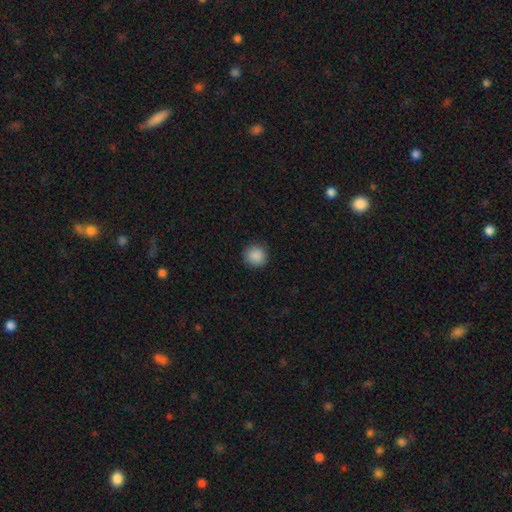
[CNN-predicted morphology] smooth_or_featured: smooth (p=0.89) [alt: star or artifact p=0.08]
how_rounded: round (p=0.93) [alt: in between p=0.06]
merging: none (p=0.89) [alt: minor disturbance p=0.08]